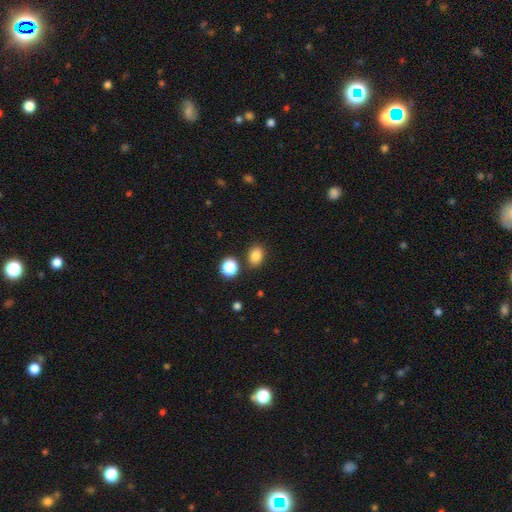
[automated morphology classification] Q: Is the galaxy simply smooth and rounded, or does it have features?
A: smooth — 84%.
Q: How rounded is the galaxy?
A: in between — 59%.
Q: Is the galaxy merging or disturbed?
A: none — 81%.